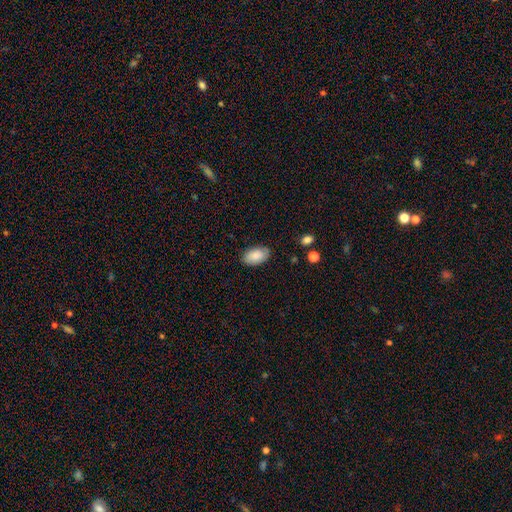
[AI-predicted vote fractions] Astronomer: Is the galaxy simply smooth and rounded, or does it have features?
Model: smooth — 83%.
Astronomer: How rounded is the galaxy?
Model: in between — 94%.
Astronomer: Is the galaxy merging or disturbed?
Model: none — 82%.